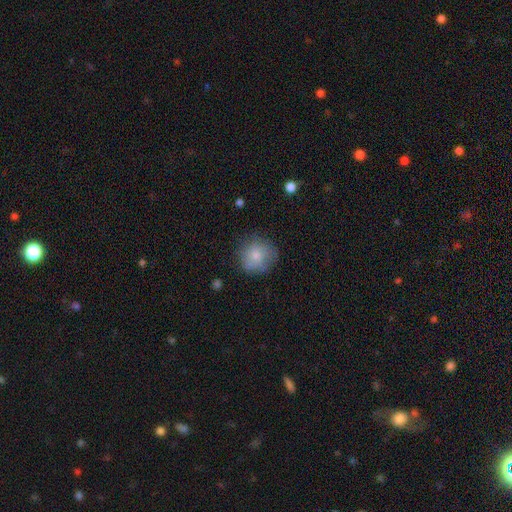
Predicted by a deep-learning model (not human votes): Smooth or featured?
  - smooth: 75% *
  - featured or disk: 16%
  - star or artifact: 8%
How rounded?
  - round: 85% *
  - in between: 14%
  - cigar-shaped: 1%
Merging?
  - none: 70% *
  - minor disturbance: 21%
  - major disturbance: 7%
  - merger: 2%